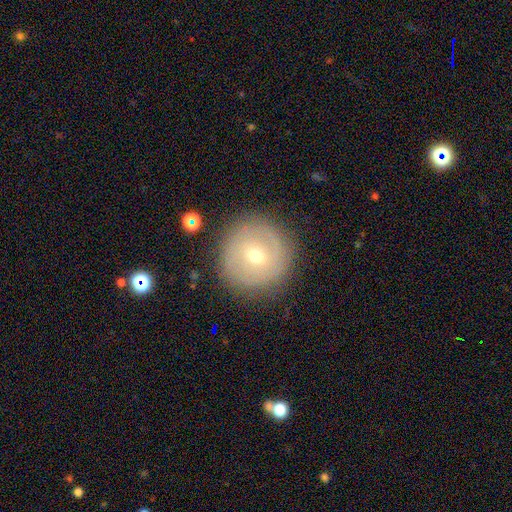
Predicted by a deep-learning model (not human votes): Smooth or featured? Predicted: featured or disk (p=0.51). Edge-on disk? Predicted: no (p=0.96). Merging? Predicted: none (p=0.85).